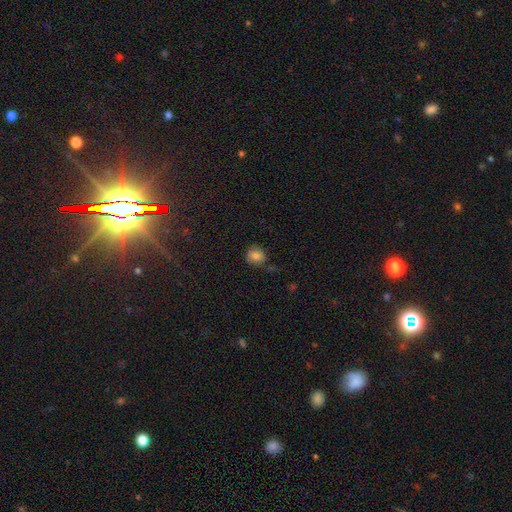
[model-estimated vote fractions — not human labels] The model was most divided on "how rounded": round: 75%, in between: 24%, cigar-shaped: 1%. More confident: smooth or featured — smooth (80%); merging — none (73%).